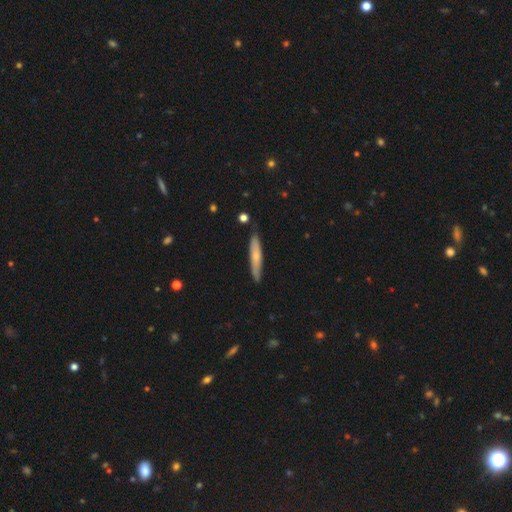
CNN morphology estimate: This is possibly a smooth galaxy (58%). How rounded: clearly cigar-shaped (89%). Merging: clearly none (84%).